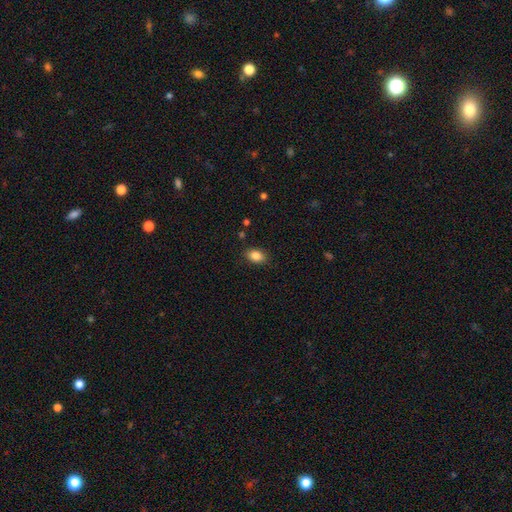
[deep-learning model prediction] A smooth galaxy with no disk features (86%) that is in between round and cigar-shaped (83%). Merging: none (86%).